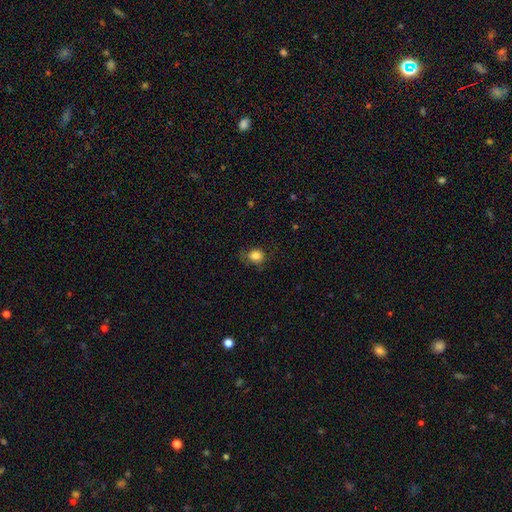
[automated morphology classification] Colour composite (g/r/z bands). It shows a smooth galaxy with no disk features (83%) that is round (72%). Merging: none (69%).